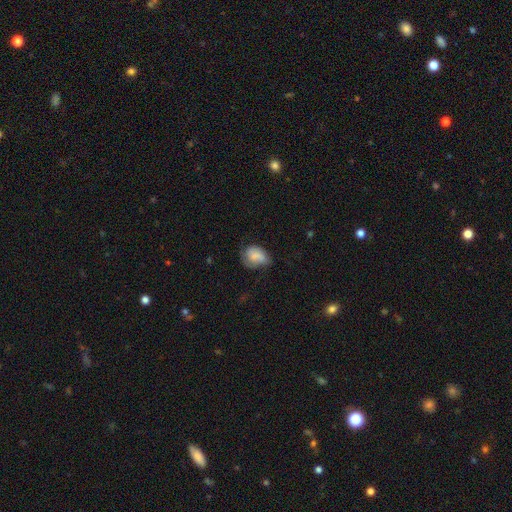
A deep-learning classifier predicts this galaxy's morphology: A smooth galaxy with no disk features (70%) that is in between round and cigar-shaped (66%).

Vote fractions:
- Smooth or featured? smooth: 70% / featured or disk: 22% / star or artifact: 8%
- How rounded? in between: 66% / round: 33% / cigar-shaped: 1%
- Merging? none: 42% / minor disturbance: 38% / major disturbance: 18% / merger: 2%